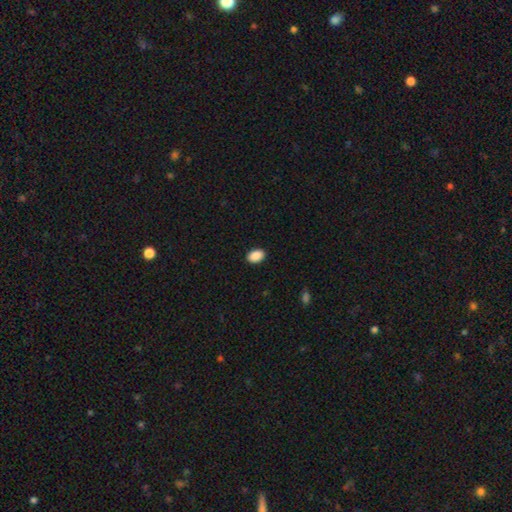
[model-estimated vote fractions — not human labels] smooth-or-featured: smooth: 91% | star or artifact: 7% | featured or disk: 2%
  how-rounded: in between: 88% | round: 10% | cigar-shaped: 1%
  merging: none: 90% | minor disturbance: 8% | major disturbance: 2% | merger: 1%